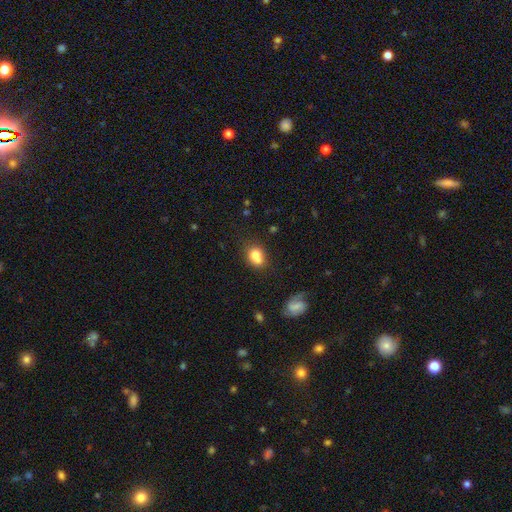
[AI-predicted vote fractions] Smooth or featured: smooth — 77% (featured or disk — 13%)
How rounded: in between — 55% (round — 44%)
Merging: none — 47% (merger — 26%)